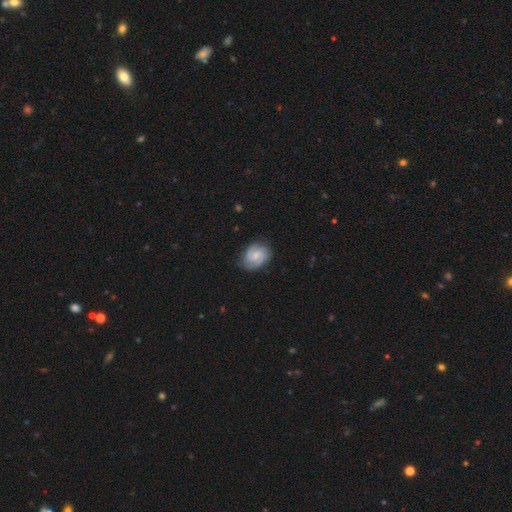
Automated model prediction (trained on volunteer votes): Morphology: type=featured or disk (67%); edge-on=no (98%); bar=no (55%); spiral arms=yes (94%); winding=tight (49%); arm count=2 (72%); bulge=small (56%); merging=none (78%).